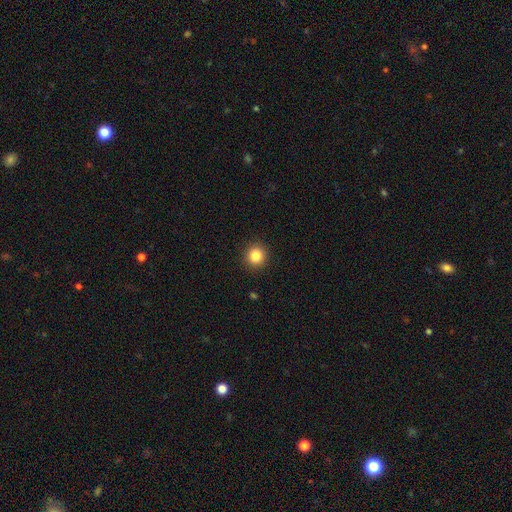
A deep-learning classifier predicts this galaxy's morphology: Smooth or featured: smooth — 85% (star or artifact — 11%)
How rounded: round — 93% (in between — 6%)
Merging: none — 92% (minor disturbance — 5%)